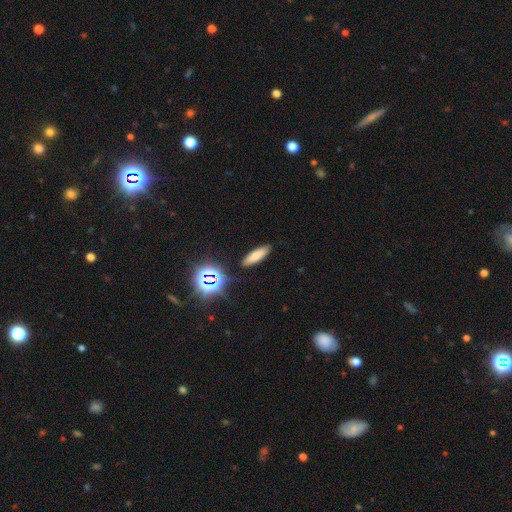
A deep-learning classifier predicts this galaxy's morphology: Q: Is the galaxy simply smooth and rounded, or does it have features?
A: smooth — 71%.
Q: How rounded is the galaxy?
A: cigar-shaped — 55%.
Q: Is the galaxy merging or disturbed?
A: none — 87%.